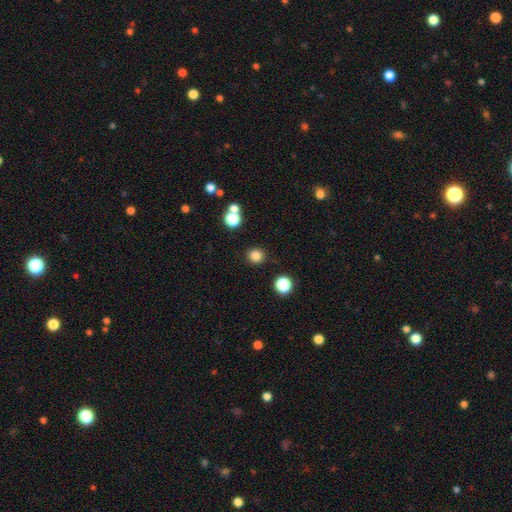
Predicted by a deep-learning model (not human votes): Overall: smooth (82%). How rounded: round (92%). Merging: none (89%).